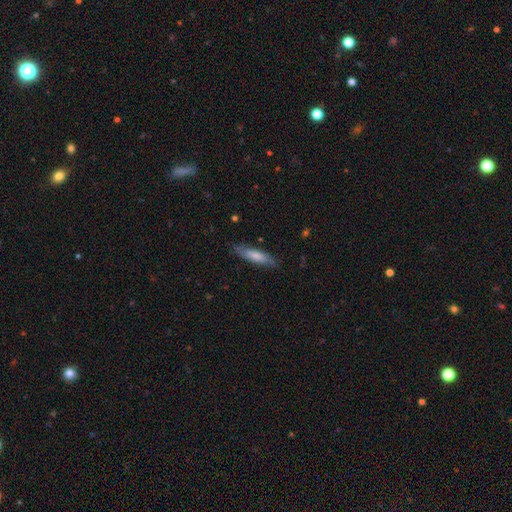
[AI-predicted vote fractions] Smooth or featured?
  - smooth: 66% *
  - featured or disk: 29%
  - star or artifact: 6%
How rounded?
  - cigar-shaped: 71% *
  - in between: 27%
  - round: 2%
Merging?
  - none: 79% *
  - minor disturbance: 17%
  - major disturbance: 3%
  - merger: 1%